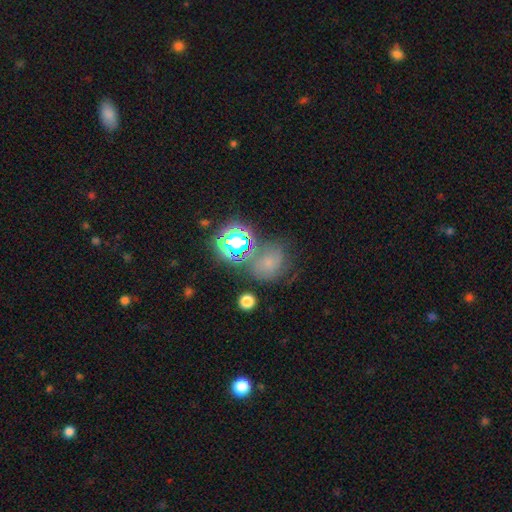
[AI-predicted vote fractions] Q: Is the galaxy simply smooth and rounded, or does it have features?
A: star or artifact — 56%.